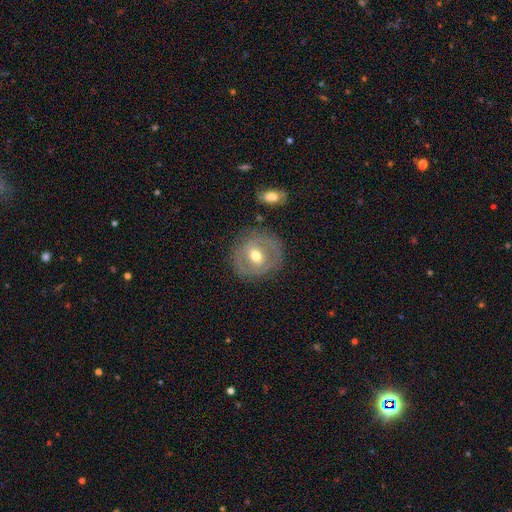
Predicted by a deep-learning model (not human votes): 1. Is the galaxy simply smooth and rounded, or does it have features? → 54% featured or disk, 39% smooth, 7% star or artifact.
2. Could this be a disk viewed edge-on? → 95% no, 5% yes.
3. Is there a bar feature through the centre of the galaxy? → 43% no, 41% weak, 16% strong.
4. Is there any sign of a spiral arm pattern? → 61% no, 39% yes.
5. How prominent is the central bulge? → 76% moderate, 15% small, 7% large, 1% dominant, 1% none.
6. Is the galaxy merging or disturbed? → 77% none, 15% minor disturbance, 6% major disturbance, 2% merger.